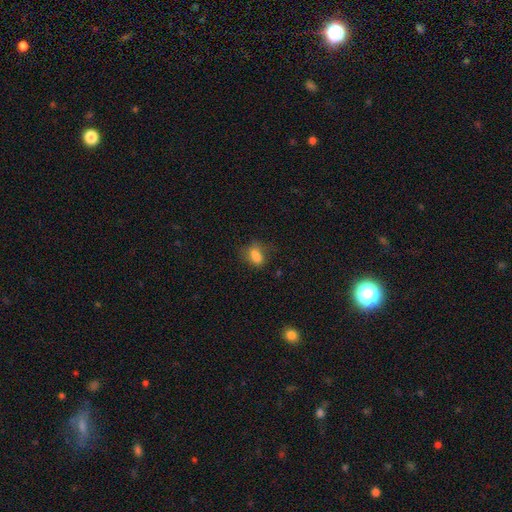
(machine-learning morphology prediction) Smooth or featured? Predicted: smooth (p=0.78). How rounded? Predicted: in between (p=0.77). Merging? Predicted: none (p=0.55).